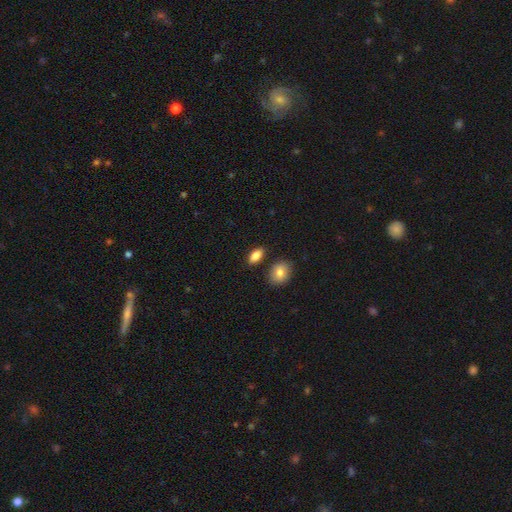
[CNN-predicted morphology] This is clearly a smooth galaxy (86%). How rounded: clearly in between (90%). Merging: clearly none (82%).